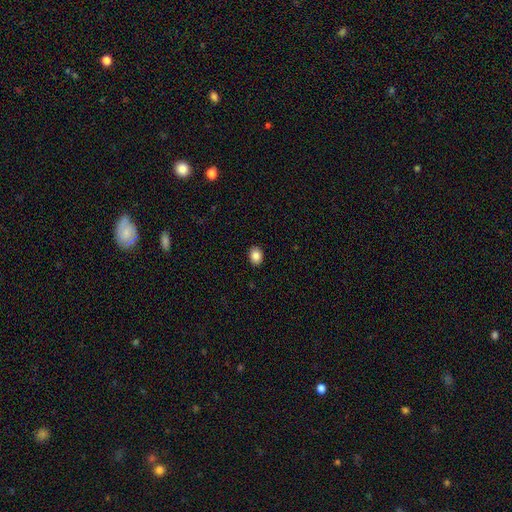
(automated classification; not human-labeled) A smooth galaxy with no disk features (86%) that is in between round and cigar-shaped (67%). Merging: none (90%).